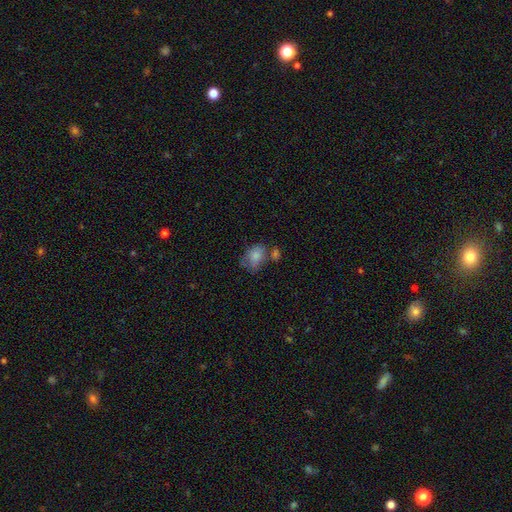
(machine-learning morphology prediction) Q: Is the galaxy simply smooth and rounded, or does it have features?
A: smooth — 78%.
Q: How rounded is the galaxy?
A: in between — 73%.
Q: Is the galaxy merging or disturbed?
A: none — 38%.